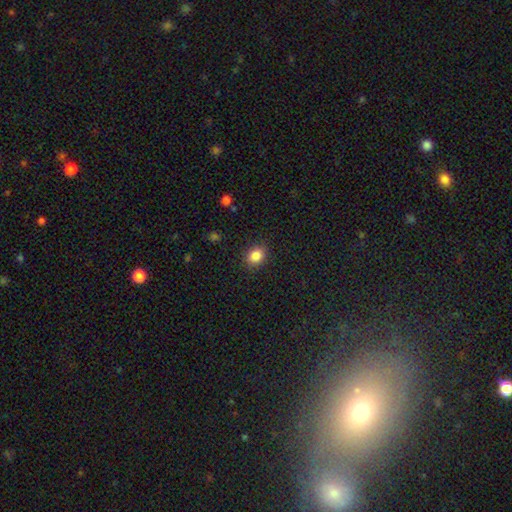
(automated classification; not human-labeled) A smooth galaxy with no disk features (85%) that is round (56%).

Vote fractions:
- Smooth or featured? smooth: 85% / star or artifact: 10% / featured or disk: 5%
- How rounded? round: 56% / in between: 43% / cigar-shaped: 1%
- Merging? none: 88% / minor disturbance: 8% / major disturbance: 3% / merger: 1%